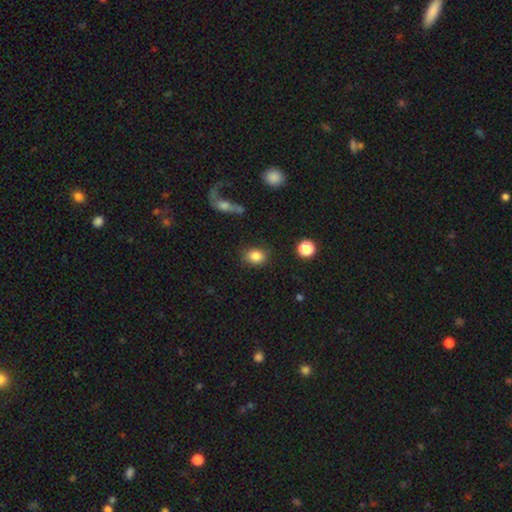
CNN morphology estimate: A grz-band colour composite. It shows a smooth galaxy with no disk features (84%) that is in between round and cigar-shaped (55%). Merging: none (81%).